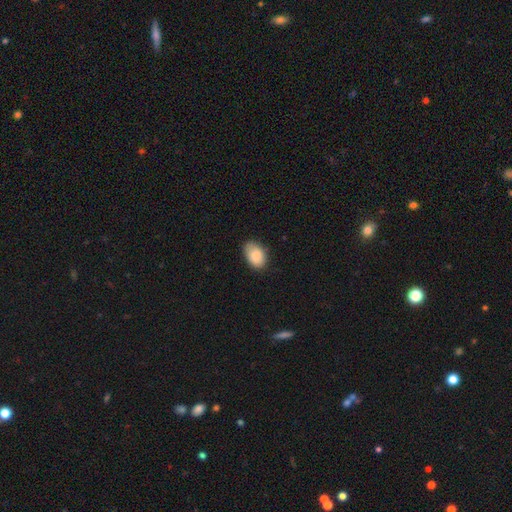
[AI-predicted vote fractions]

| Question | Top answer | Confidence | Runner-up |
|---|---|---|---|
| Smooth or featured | smooth | 87% | star or artifact (7%) |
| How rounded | in between | 88% | round (11%) |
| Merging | none | 75% | minor disturbance (20%) |